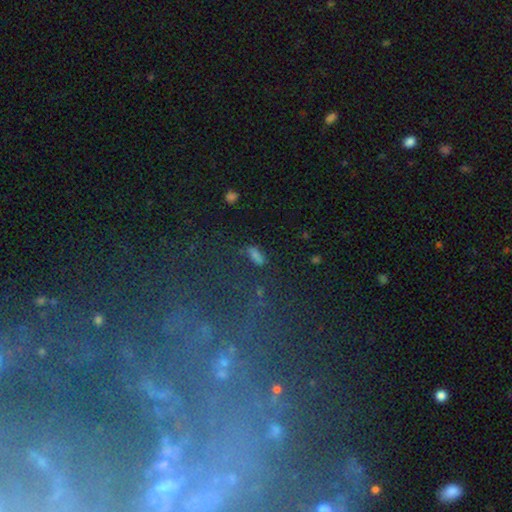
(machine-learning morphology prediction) A smooth galaxy with no disk features (57%) that is in between round and cigar-shaped (65%). Merging: none (69%).